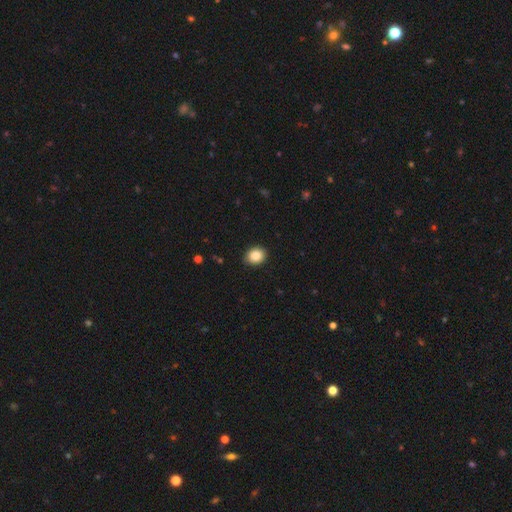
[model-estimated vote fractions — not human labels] This appears to be a smooth galaxy with no disk features (84%) that is round (67%). Merging: none (88%).